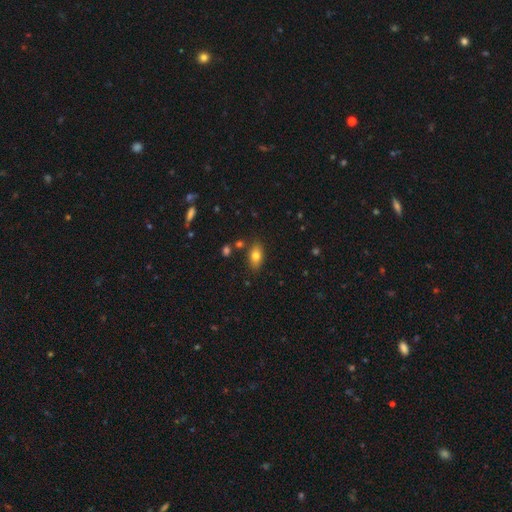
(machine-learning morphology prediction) smooth_or_featured: smooth (p=0.77) [alt: featured or disk p=0.14]
how_rounded: in between (p=0.87) [alt: round p=0.08]
merging: none (p=0.81) [alt: minor disturbance p=0.12]